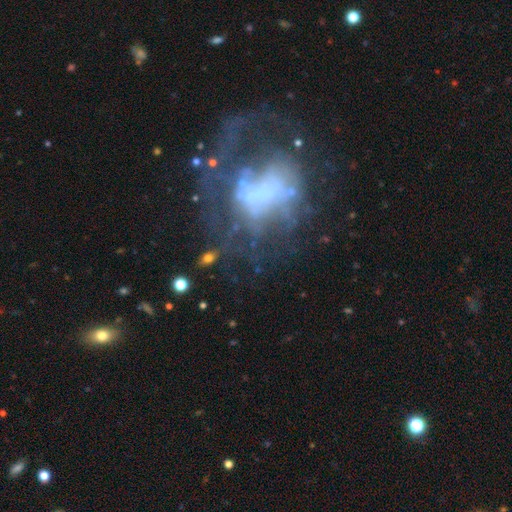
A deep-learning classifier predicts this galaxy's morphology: Smooth or featured? Predicted: featured or disk (p=0.63). Edge-on disk? Predicted: no (p=0.96). Bar? Predicted: no (p=0.65). Spiral arms? Predicted: no (p=0.55). Bulge size? Predicted: none (p=0.50). Merging? Predicted: major disturbance (p=0.42).